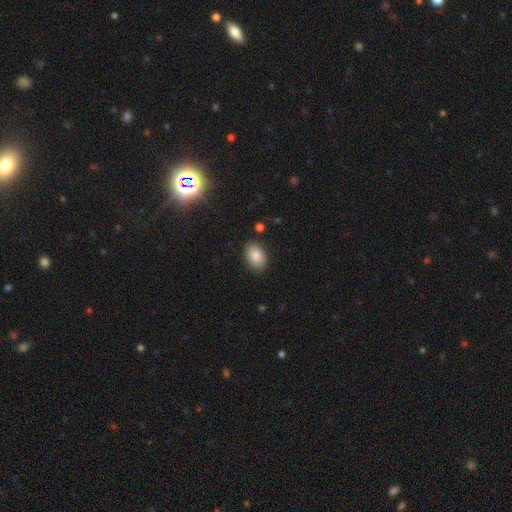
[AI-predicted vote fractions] Q: Smooth or featured?
A: smooth (86%); runner-up: star or artifact (8%)
Q: How rounded?
A: in between (90%); runner-up: round (9%)
Q: Merging?
A: none (87%); runner-up: minor disturbance (9%)